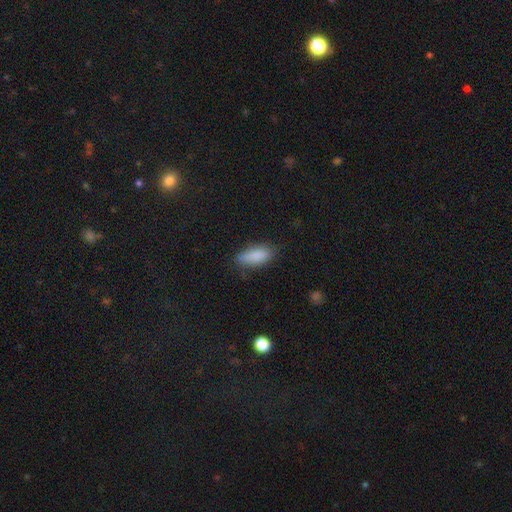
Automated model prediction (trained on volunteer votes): Morphology: type=smooth (86%); roundness=in between (81%); merging=none (74%).